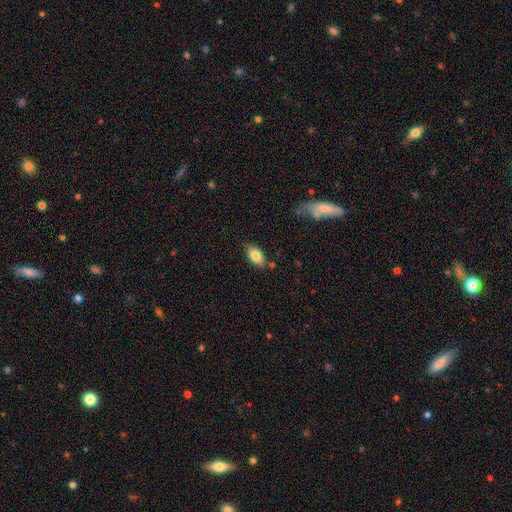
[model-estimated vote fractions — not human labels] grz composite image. It shows a smooth galaxy with no disk features (82%) that is in between round and cigar-shaped (92%). Merging: none (81%).